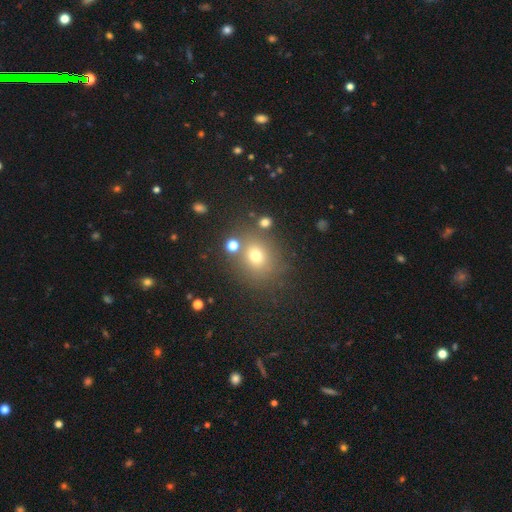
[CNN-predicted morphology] Smooth or featured? smooth (68%)
How rounded? round (71%)
Merging? none (75%)